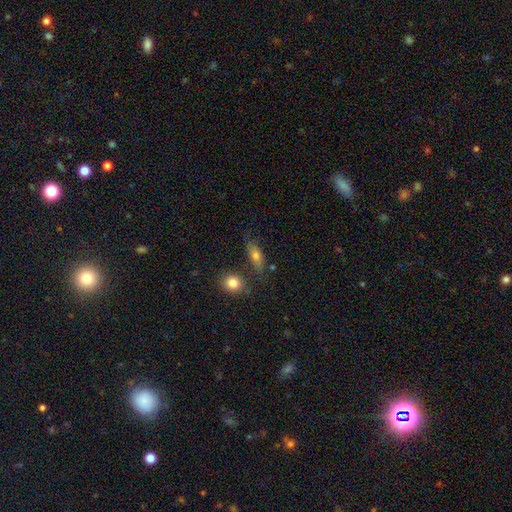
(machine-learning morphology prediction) Smooth or featured: smooth — 70% (featured or disk — 21%)
How rounded: in between — 68% (cigar-shaped — 25%)
Merging: none — 68% (minor disturbance — 18%)